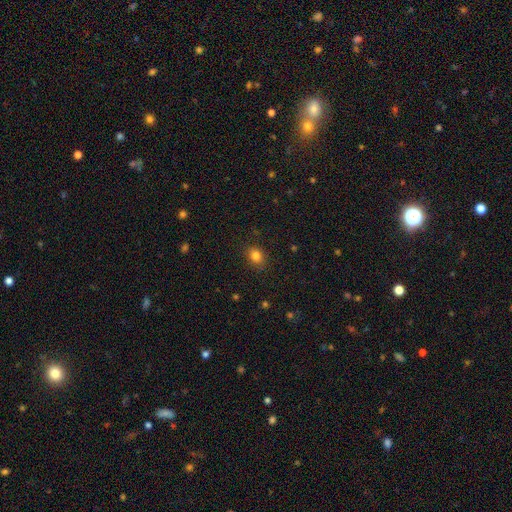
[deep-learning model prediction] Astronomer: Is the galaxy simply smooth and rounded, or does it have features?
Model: smooth — 82%.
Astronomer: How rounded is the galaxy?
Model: round — 52% (runner-up: in between, 47%).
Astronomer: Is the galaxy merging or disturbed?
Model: none — 86%.